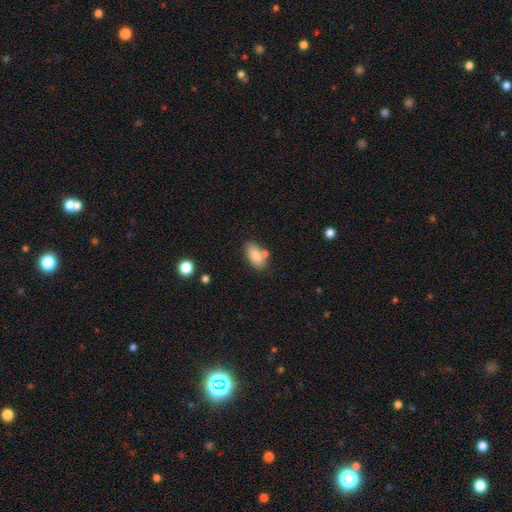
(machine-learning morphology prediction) A smooth galaxy with no disk features (83%) that is in between round and cigar-shaped (91%). Merging: none (68%).